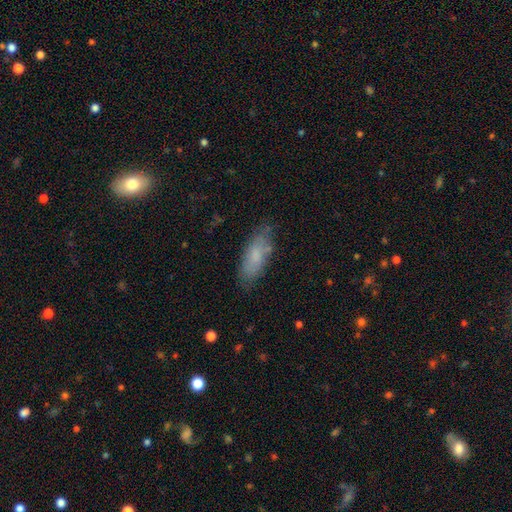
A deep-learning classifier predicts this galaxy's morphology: type=smooth (74%); roundness=in between (72%); merging=none (74%).